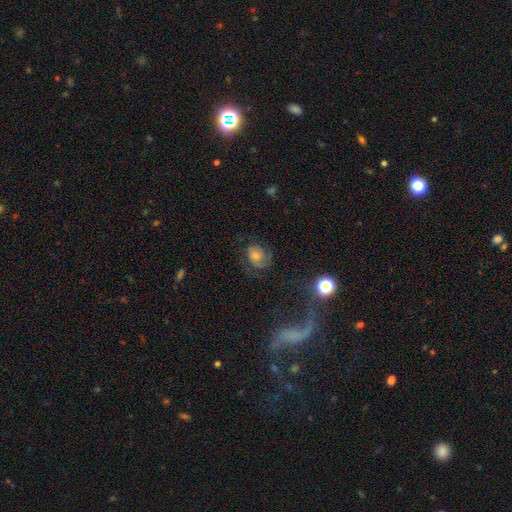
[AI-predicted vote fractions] This is possibly a featured or disk galaxy (58%). It is clearly not viewed edge-on (97%). Bar: likely no (71%). Spiral arm pattern: clearly yes (89%). Spiral arm count: possibly 2 (56%). Spiral winding: marginally medium (41%). Central bulge: possibly moderate (49%). Merging: likely none (63%).